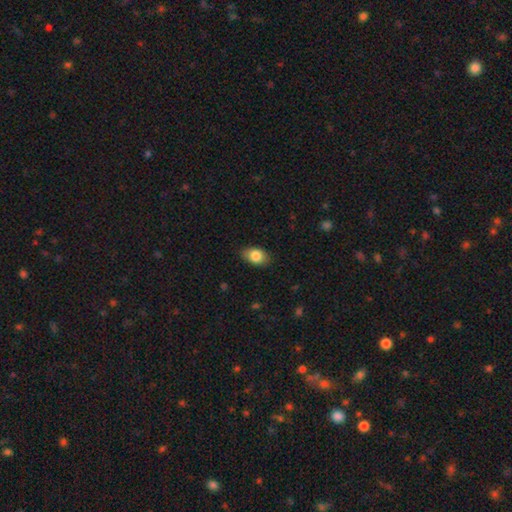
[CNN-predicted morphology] type=smooth (84%); roundness=in between (87%); merging=none (84%).